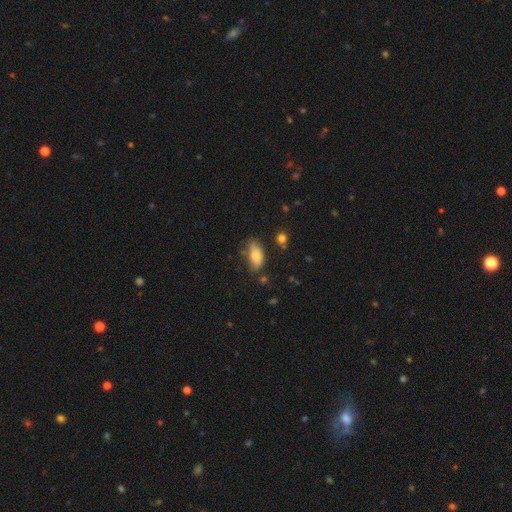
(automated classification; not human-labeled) This appears to be a smooth galaxy with no disk features (76%) that is in between round and cigar-shaped (88%). Merging: none (61%).